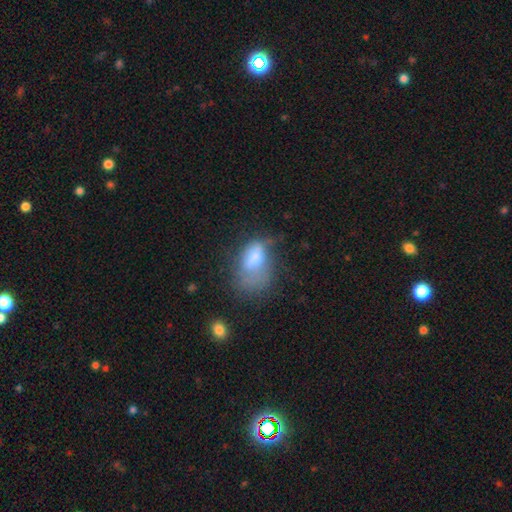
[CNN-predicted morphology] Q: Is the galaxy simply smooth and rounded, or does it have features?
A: smooth — 62%.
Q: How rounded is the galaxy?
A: in between — 85%.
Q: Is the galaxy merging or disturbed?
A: major disturbance — 43%.